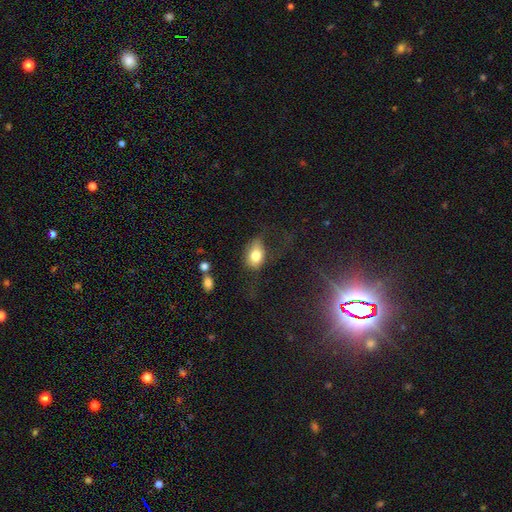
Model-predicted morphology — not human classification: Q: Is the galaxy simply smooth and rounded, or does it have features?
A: smooth — 76%.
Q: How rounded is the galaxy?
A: in between — 80%.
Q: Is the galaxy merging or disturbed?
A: none — 41%.